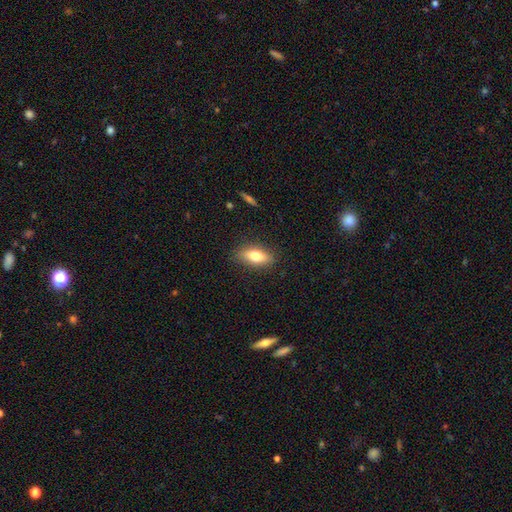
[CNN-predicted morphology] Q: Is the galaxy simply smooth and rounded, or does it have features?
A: smooth — 74%.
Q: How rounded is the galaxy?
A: in between — 77%.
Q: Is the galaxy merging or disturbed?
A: none — 86%.